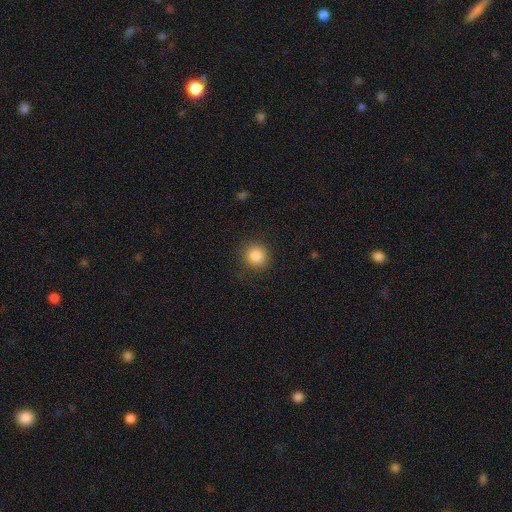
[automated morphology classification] This is clearly a smooth galaxy (86%). How rounded: clearly round (93%). Merging: clearly none (89%).